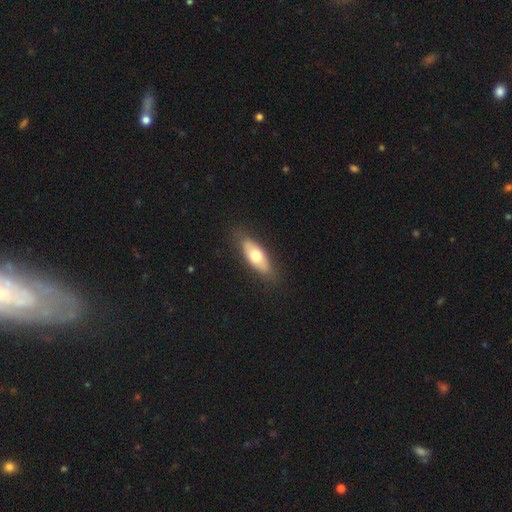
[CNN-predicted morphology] smooth-or-featured: smooth: 62% | featured or disk: 33% | star or artifact: 6%
  how-rounded: in between: 72% | cigar-shaped: 25% | round: 3%
  merging: none: 83% | minor disturbance: 13% | major disturbance: 3% | merger: 1%